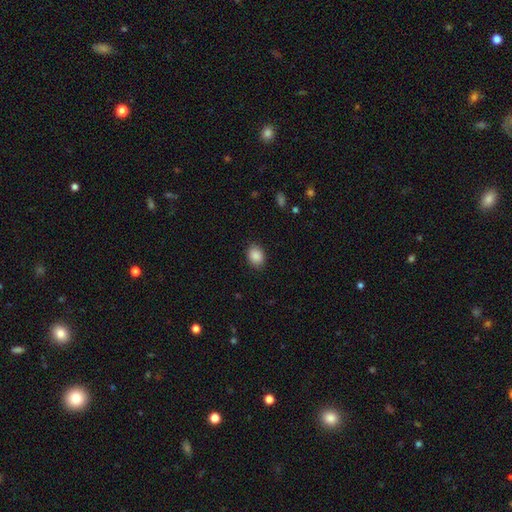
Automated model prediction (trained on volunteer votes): Smooth or featured? smooth (89%)
How rounded? in between (62%)
Merging? none (87%)